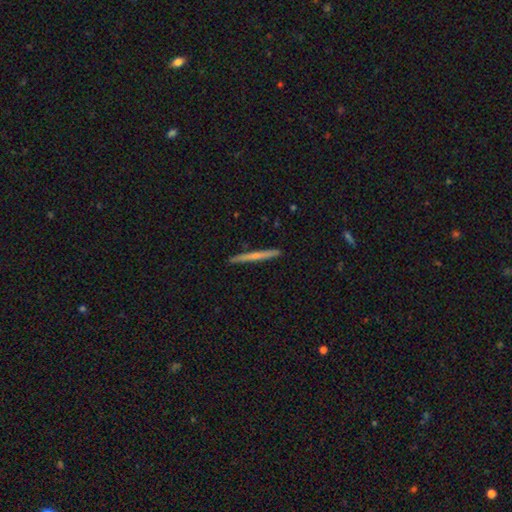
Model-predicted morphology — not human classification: Smooth or featured? Predicted: smooth (p=0.51). How rounded? Predicted: cigar-shaped (p=0.97). Merging? Predicted: none (p=0.92).